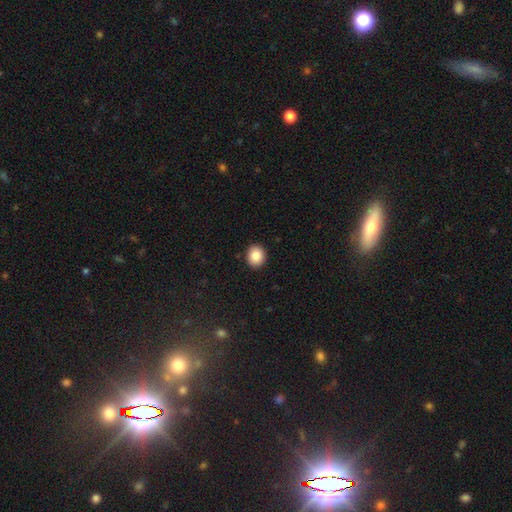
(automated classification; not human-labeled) Q: Smooth or featured?
A: smooth (85%); runner-up: star or artifact (9%)
Q: How rounded?
A: round (74%); runner-up: in between (25%)
Q: Merging?
A: none (92%); runner-up: minor disturbance (5%)